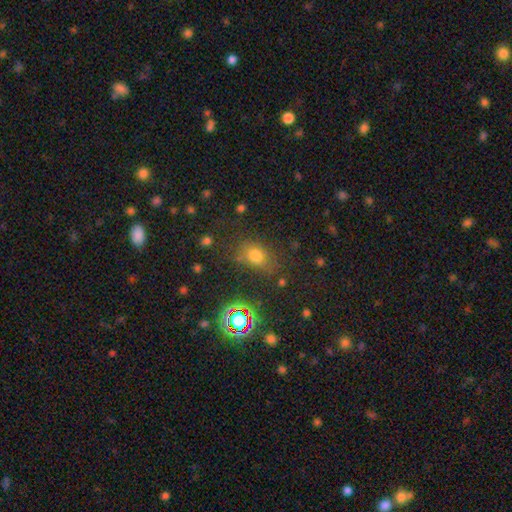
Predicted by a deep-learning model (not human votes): Overall: smooth (66%). How rounded: in between (62%; round 36%). Merging: none (71%).